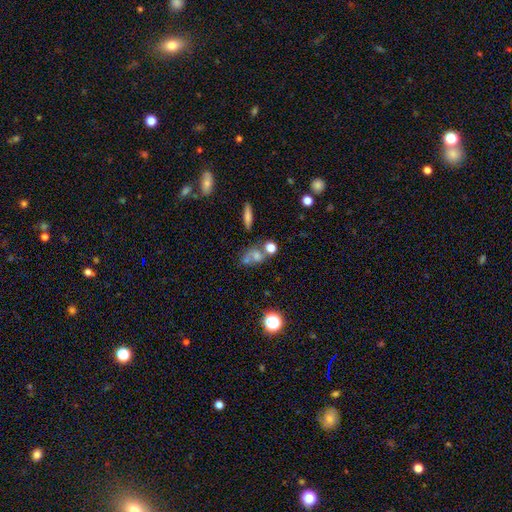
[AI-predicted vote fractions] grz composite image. It shows a smooth galaxy with no disk features (58%) that is in between round and cigar-shaped (52%). Merging: none (36%).